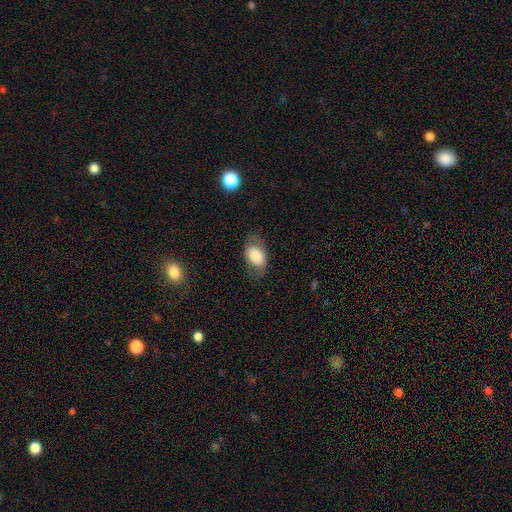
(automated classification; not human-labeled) smooth_or_featured: smooth (p=0.73) [alt: featured or disk p=0.19]
how_rounded: in between (p=0.87) [alt: round p=0.11]
merging: none (p=0.70) [alt: minor disturbance p=0.19]